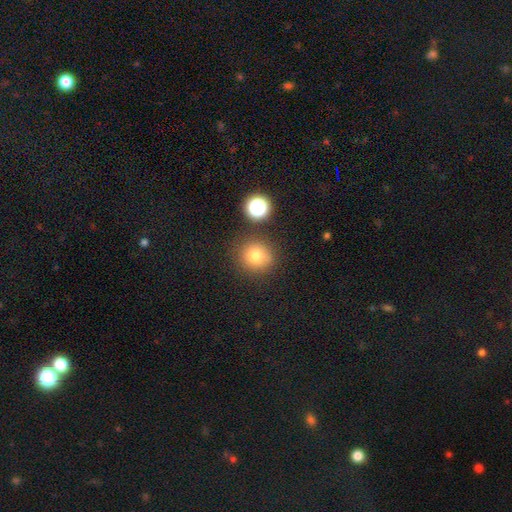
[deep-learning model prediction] Overall: smooth (78%). How rounded: round (90%). Merging: none (83%).